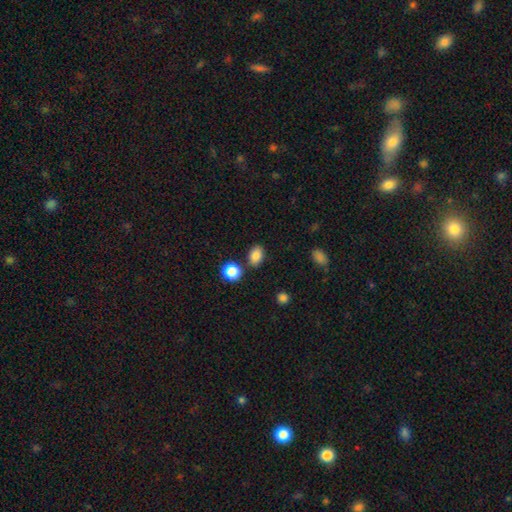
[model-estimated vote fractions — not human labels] Q: Smooth or featured?
A: smooth (85%); runner-up: star or artifact (10%)
Q: How rounded?
A: in between (77%); runner-up: round (21%)
Q: Merging?
A: none (78%); runner-up: minor disturbance (11%)